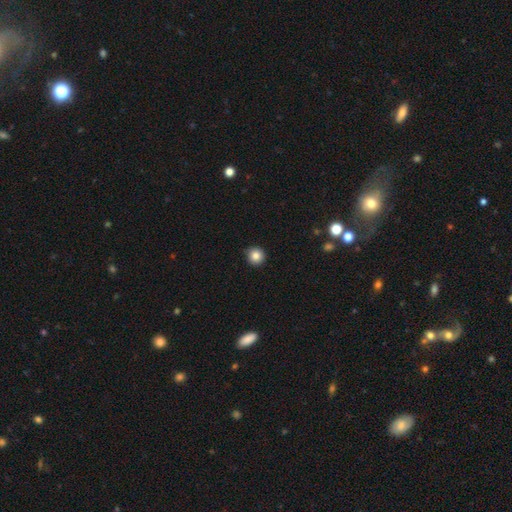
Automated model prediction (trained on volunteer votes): A smooth galaxy with no disk features (83%) that is round (95%). Merging: none (90%).